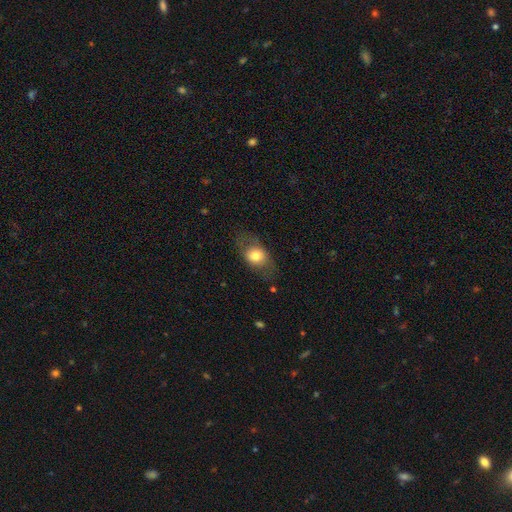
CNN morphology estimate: This is likely a smooth galaxy (68%). How rounded: likely in between (68%). Merging: likely none (72%).